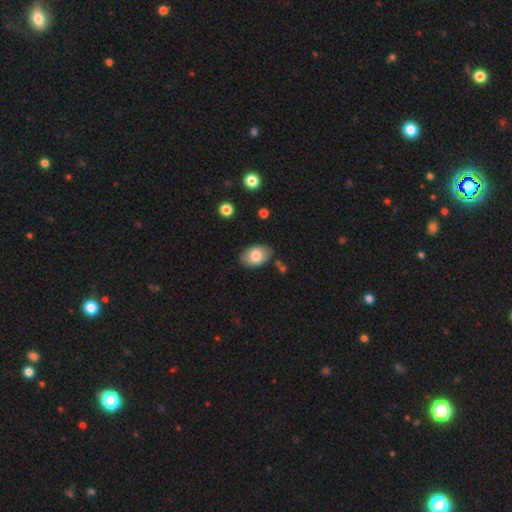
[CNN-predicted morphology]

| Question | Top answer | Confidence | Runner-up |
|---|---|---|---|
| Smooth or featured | smooth | 79% | featured or disk (14%) |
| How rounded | in between | 87% | round (12%) |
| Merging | none | 78% | minor disturbance (15%) |